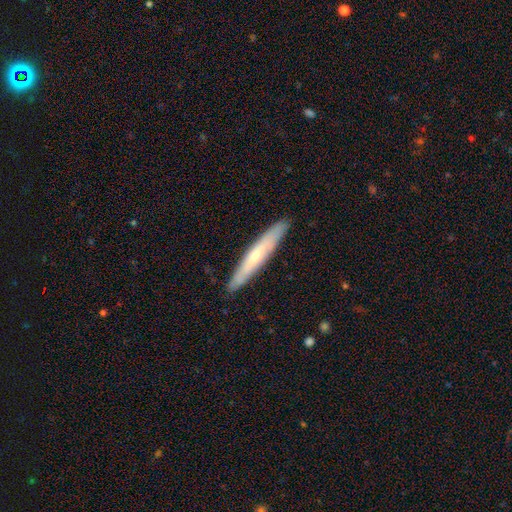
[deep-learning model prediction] This is possibly a smooth galaxy (50%). How rounded: clearly cigar-shaped (94%). Merging: clearly none (90%).